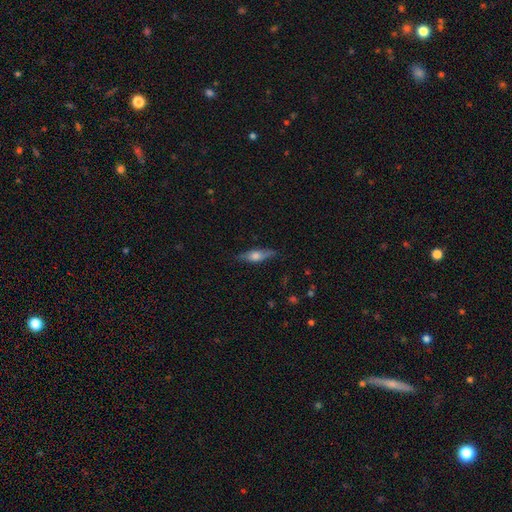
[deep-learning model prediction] smooth 48%, featured or disk 46%, star or artifact 7%. Down the decision tree: merging — none (79%).